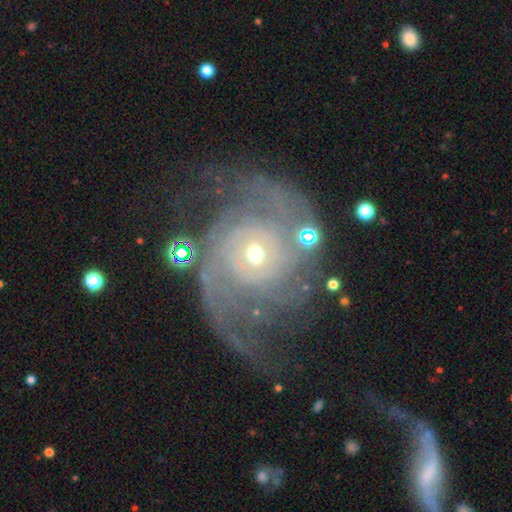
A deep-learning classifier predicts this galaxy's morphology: A featured or disk galaxy (90%) with no bar (74%), 2 (70%) tight (45%) spiral arms (97%) and a small central bulge (60%). Merging: none (60%).